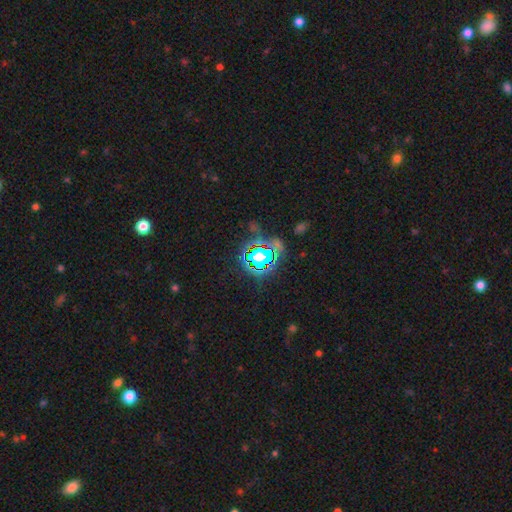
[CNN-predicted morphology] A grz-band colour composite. It shows a star or artifact, not a galaxy (71%).